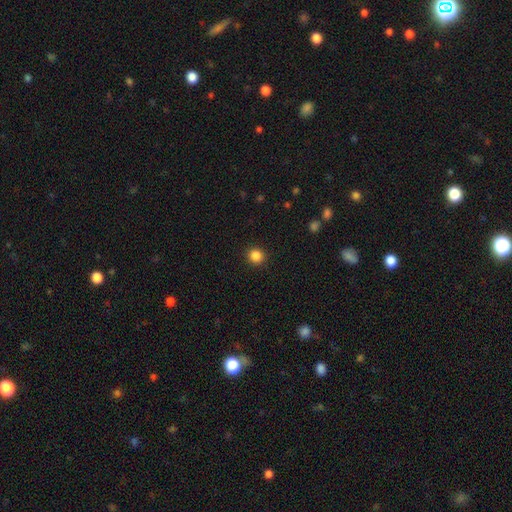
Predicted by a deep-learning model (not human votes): A smooth galaxy with no disk features (86%) that is round (88%).

Vote fractions:
- Smooth or featured? smooth: 86% / star or artifact: 11% / featured or disk: 3%
- How rounded? round: 88% / in between: 11% / cigar-shaped: 1%
- Merging? none: 92% / minor disturbance: 5% / major disturbance: 2% / merger: 1%